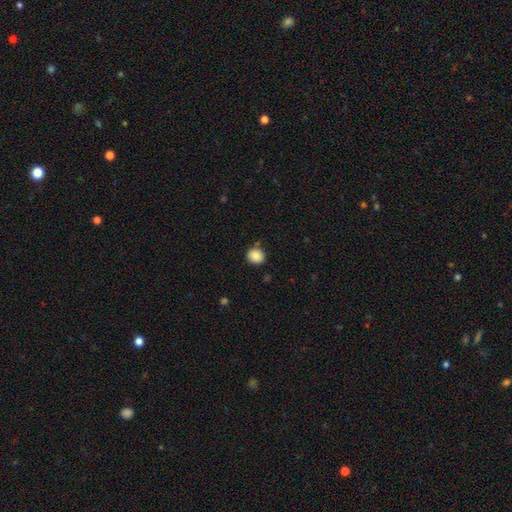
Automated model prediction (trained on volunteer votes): smooth_or_featured: smooth (p=0.86) [alt: star or artifact p=0.09]
how_rounded: round (p=0.79) [alt: in between p=0.20]
merging: none (p=0.83) [alt: minor disturbance p=0.12]